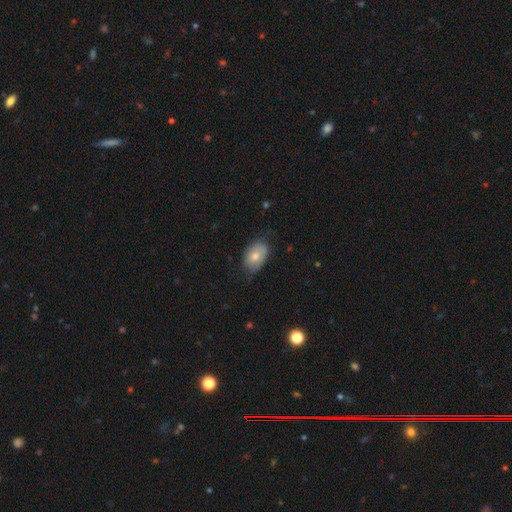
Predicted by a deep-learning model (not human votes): smooth-or-featured: smooth: 70% | featured or disk: 23% | star or artifact: 7%
  how-rounded: in between: 86% | round: 12% | cigar-shaped: 1%
  merging: none: 64% | minor disturbance: 28% | major disturbance: 6% | merger: 1%